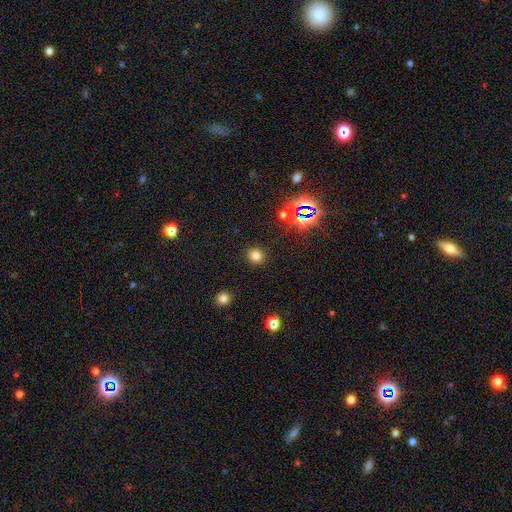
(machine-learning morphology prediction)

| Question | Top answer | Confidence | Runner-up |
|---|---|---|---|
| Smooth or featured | smooth | 74% | star or artifact (20%) |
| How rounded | round | 79% | in between (20%) |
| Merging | none | 89% | minor disturbance (7%) |